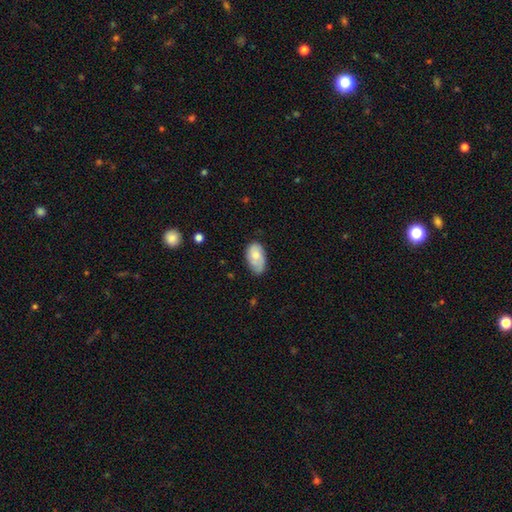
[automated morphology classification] Smooth or featured? Predicted: smooth (p=0.70). How rounded? Predicted: in between (p=0.93). Merging? Predicted: none (p=0.60).